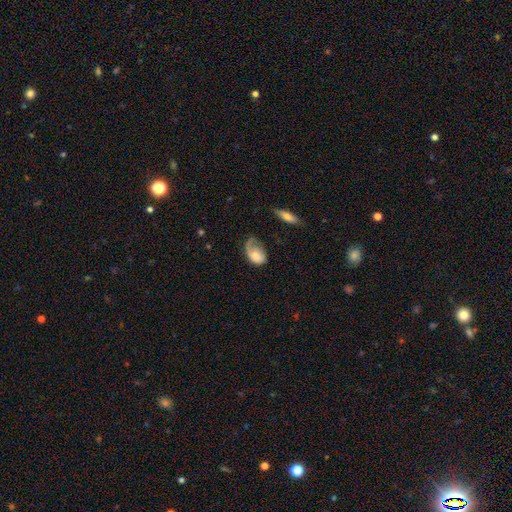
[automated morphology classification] Smooth or featured? Predicted: smooth (p=0.59). How rounded? Predicted: in between (p=0.87). Merging? Predicted: major disturbance (p=0.37).